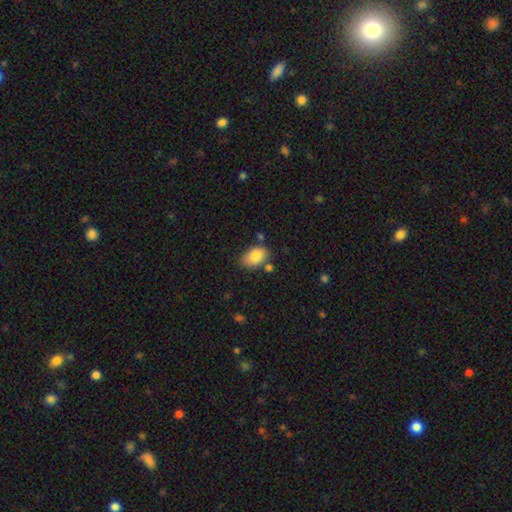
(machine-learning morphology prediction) Smooth or featured?
  - smooth: 86% *
  - star or artifact: 7%
  - featured or disk: 7%
How rounded?
  - in between: 86% *
  - round: 13%
  - cigar-shaped: 1%
Merging?
  - none: 66% *
  - minor disturbance: 21%
  - merger: 9%
  - major disturbance: 5%